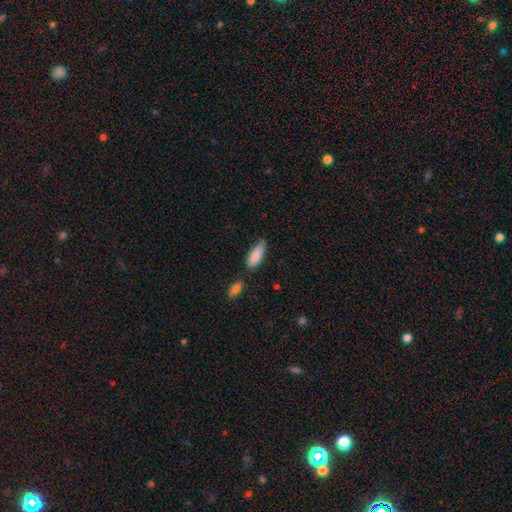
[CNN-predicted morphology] The model was most divided on "how rounded": in between: 70%, cigar-shaped: 29%, round: 2%. More confident: smooth or featured — smooth (85%); merging — none (65%).